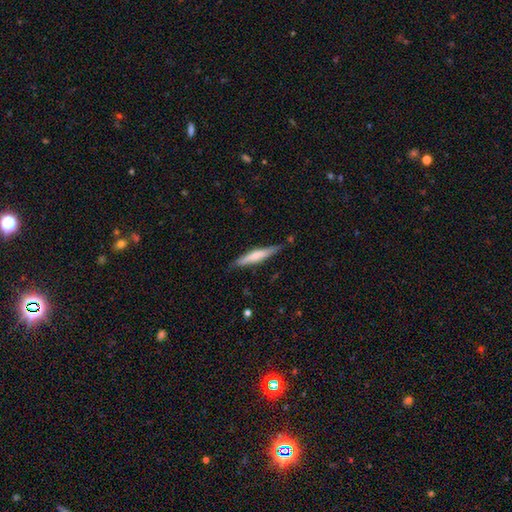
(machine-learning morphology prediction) Smooth or featured? Predicted: smooth (p=0.56). How rounded? Predicted: cigar-shaped (p=0.90). Merging? Predicted: none (p=0.81).